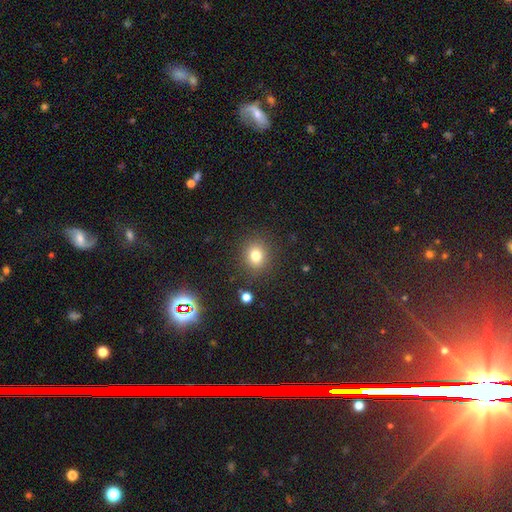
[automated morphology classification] smooth-or-featured: smooth: 78% | star or artifact: 14% | featured or disk: 8%
  how-rounded: round: 73% | in between: 26% | cigar-shaped: 1%
  merging: none: 87% | minor disturbance: 8% | major disturbance: 3% | merger: 2%